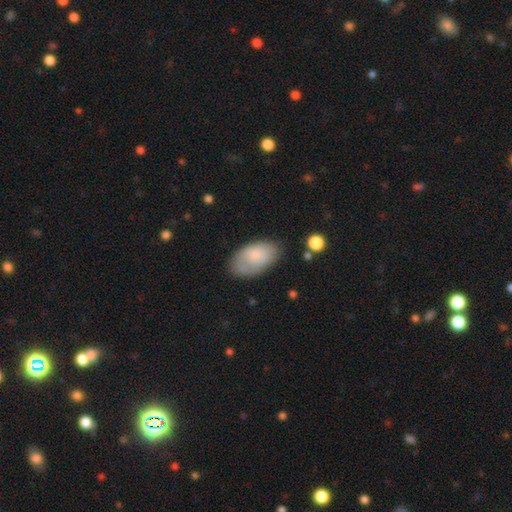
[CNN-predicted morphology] type=smooth (76%); roundness=in between (94%); merging=none (66%).